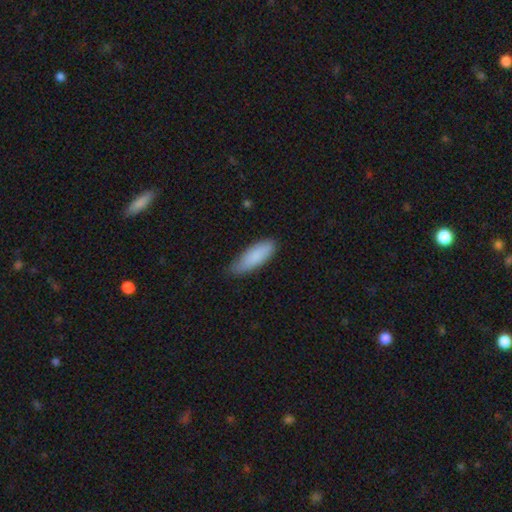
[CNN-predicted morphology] A smooth galaxy with no disk features (86%) that is in between round and cigar-shaped (62%). Merging: none (68%).